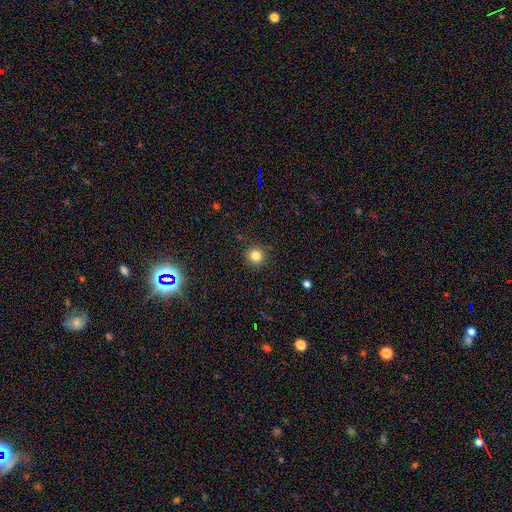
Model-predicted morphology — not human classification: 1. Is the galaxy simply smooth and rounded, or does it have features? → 82% smooth, 13% star or artifact, 6% featured or disk.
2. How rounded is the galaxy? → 93% round, 6% in between, 1% cigar-shaped.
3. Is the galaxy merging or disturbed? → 90% none, 7% minor disturbance, 2% major disturbance, 1% merger.